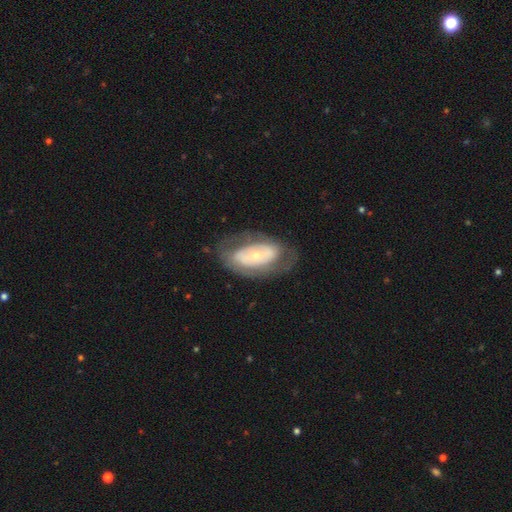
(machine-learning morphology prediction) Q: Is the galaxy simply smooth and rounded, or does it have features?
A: featured or disk — 60%.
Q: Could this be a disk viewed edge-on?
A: no — 92%.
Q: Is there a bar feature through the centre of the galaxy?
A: no — 75%.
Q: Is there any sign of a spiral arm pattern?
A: no — 58%.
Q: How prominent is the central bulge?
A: small — 66%.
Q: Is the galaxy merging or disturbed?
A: none — 67%.